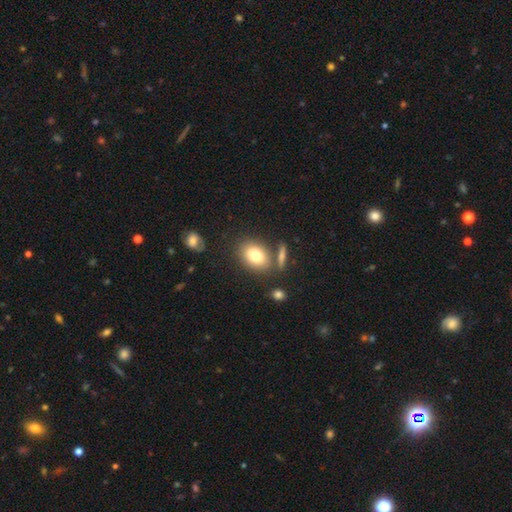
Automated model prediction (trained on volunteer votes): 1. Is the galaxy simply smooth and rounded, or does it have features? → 77% smooth, 14% featured or disk, 9% star or artifact.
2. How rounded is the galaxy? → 73% in between, 26% round, 2% cigar-shaped.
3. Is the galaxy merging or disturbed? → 71% none, 12% minor disturbance, 12% merger, 4% major disturbance.